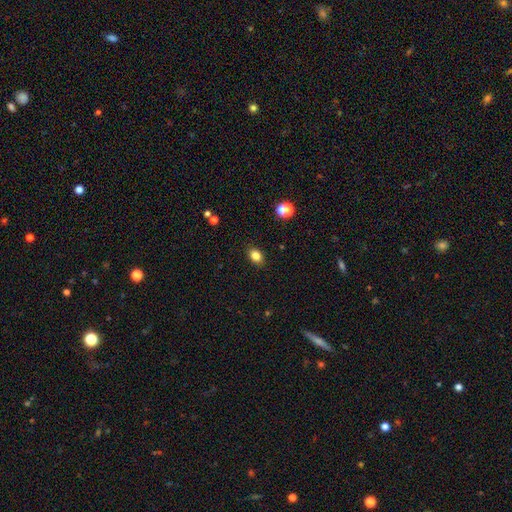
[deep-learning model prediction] smooth_or_featured: smooth (p=0.82) [alt: star or artifact p=0.11]
how_rounded: in between (p=0.72) [alt: round p=0.27]
merging: none (p=0.88) [alt: minor disturbance p=0.09]